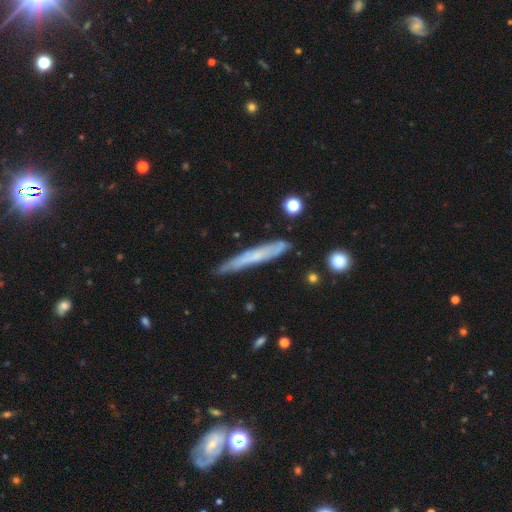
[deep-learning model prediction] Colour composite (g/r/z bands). It shows a smooth galaxy with no disk features (50%) that is cigar-shaped (95%). Merging: none (78%).